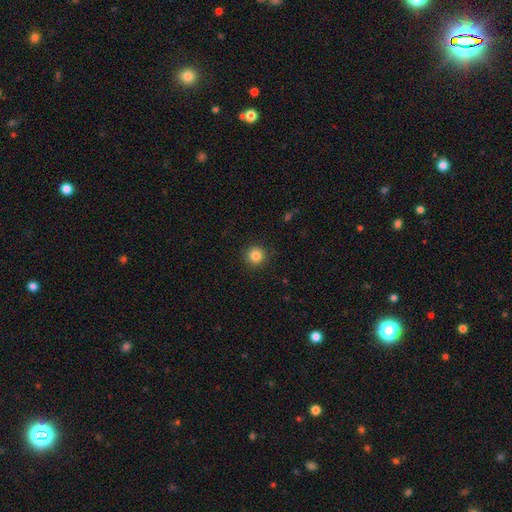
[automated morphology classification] Smooth or featured? smooth (84%)
How rounded? round (95%)
Merging? none (91%)